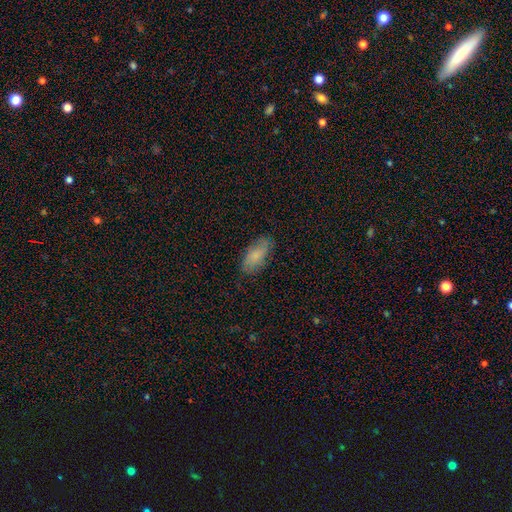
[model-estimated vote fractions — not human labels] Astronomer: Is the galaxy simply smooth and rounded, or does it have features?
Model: smooth — 78%.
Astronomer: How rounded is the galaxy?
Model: in between — 86%.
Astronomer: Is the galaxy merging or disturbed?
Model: none — 80%.